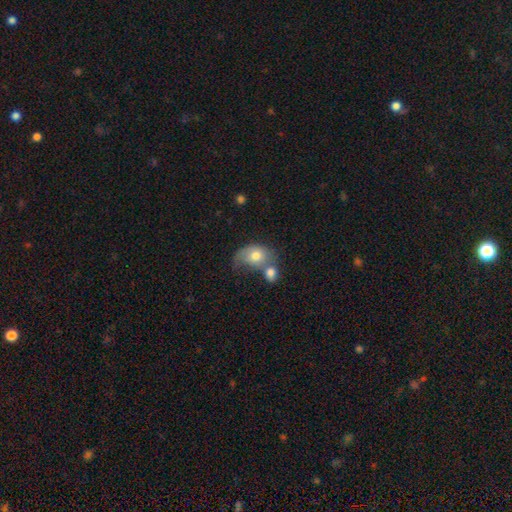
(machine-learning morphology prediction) type=smooth (70%); roundness=in between (66%); merging=merger (47%).